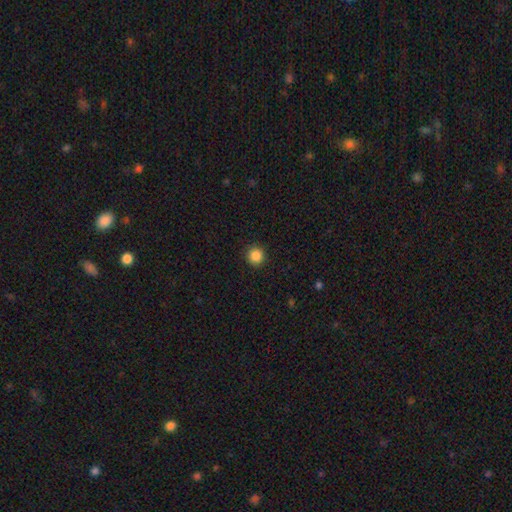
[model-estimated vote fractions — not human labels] The model was most divided on "smooth or featured": smooth: 87%, star or artifact: 10%, featured or disk: 3%. More confident: how rounded — round (95%); merging — none (92%).